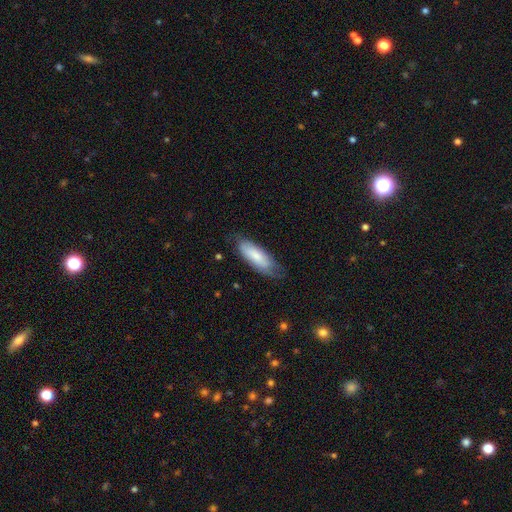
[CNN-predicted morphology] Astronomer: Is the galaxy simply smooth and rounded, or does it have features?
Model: smooth — 74%.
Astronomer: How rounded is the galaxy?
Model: in between — 62%.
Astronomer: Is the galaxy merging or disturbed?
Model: none — 65%.